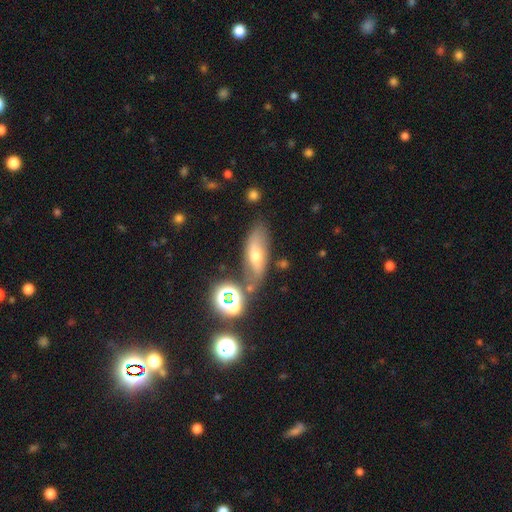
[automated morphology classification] A smooth galaxy with no disk features (41%). Merging: none (65%).